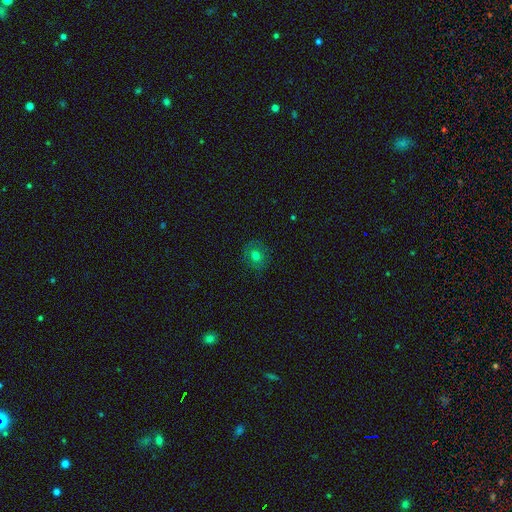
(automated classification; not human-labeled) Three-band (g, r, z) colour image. It shows a smooth galaxy with no disk features (66%) that is round (80%). Merging: none (83%).